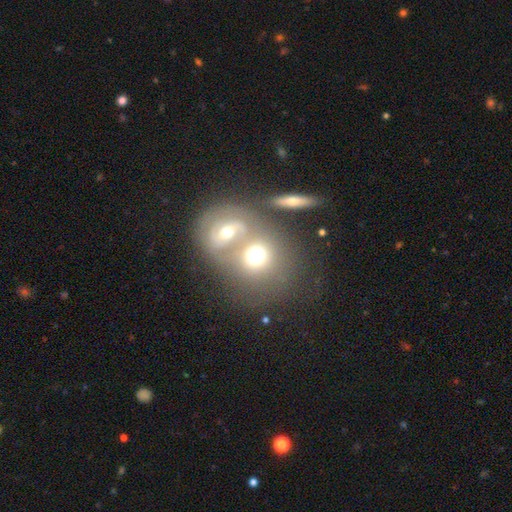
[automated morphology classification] Smooth or featured? Predicted: smooth (p=0.56). How rounded? Predicted: round (p=0.71). Merging? Predicted: merger (p=0.57).